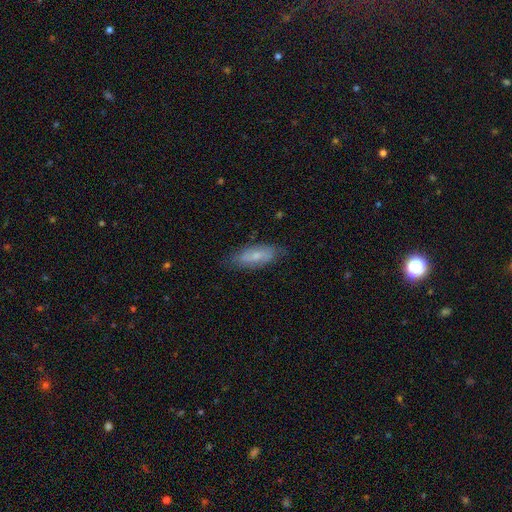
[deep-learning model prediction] Smooth or featured?
  - smooth: 55% *
  - featured or disk: 38%
  - star or artifact: 7%
How rounded?
  - in between: 71% *
  - cigar-shaped: 27%
  - round: 2%
Merging?
  - none: 76% *
  - minor disturbance: 18%
  - major disturbance: 4%
  - merger: 1%